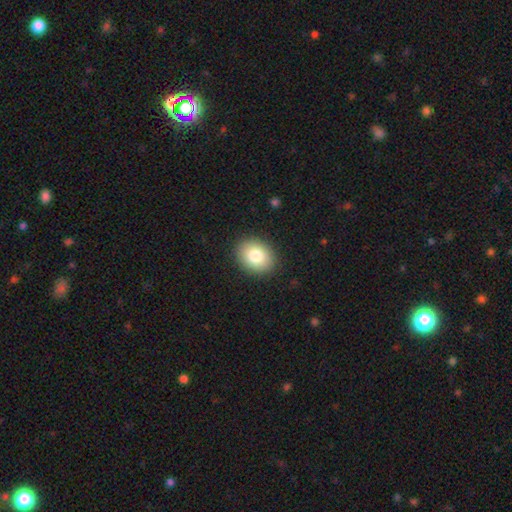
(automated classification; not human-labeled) A smooth galaxy with no disk features (82%) that is in between round and cigar-shaped (53%). Merging: none (90%).